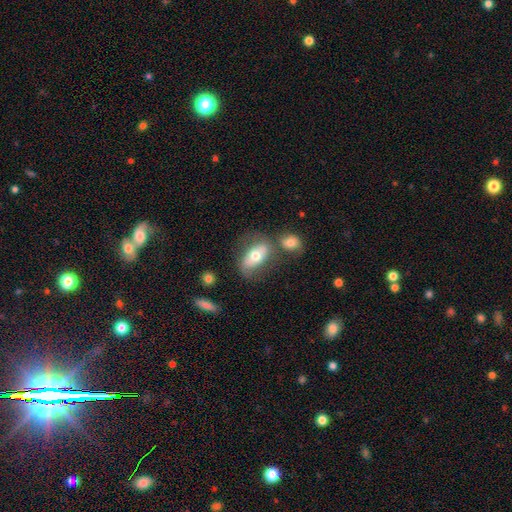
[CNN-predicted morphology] This appears to be a smooth galaxy with no disk features (56%) that is in between round and cigar-shaped (89%). Merging: none (50%).